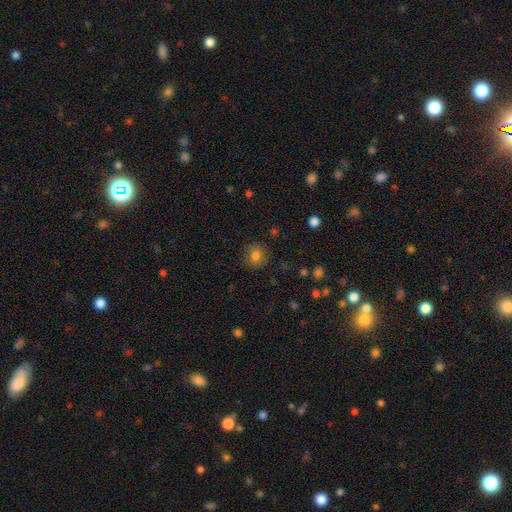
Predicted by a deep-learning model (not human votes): smooth_or_featured: smooth (p=0.80) [alt: star or artifact p=0.13]
how_rounded: round (p=0.79) [alt: in between p=0.20]
merging: none (p=0.85) [alt: minor disturbance p=0.10]